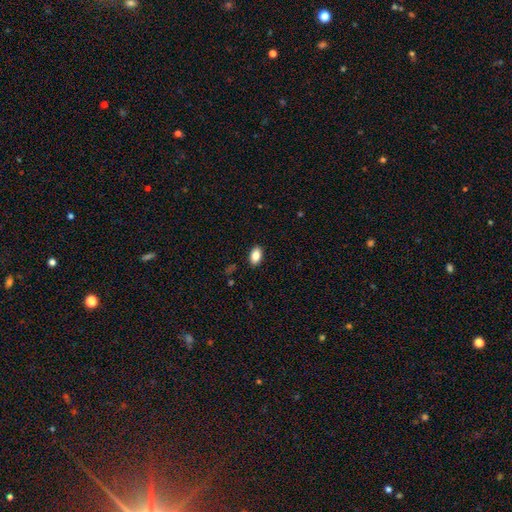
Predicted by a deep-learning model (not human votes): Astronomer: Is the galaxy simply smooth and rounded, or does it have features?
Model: smooth — 86%.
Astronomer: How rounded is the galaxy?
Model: in between — 90%.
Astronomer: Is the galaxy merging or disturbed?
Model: none — 88%.